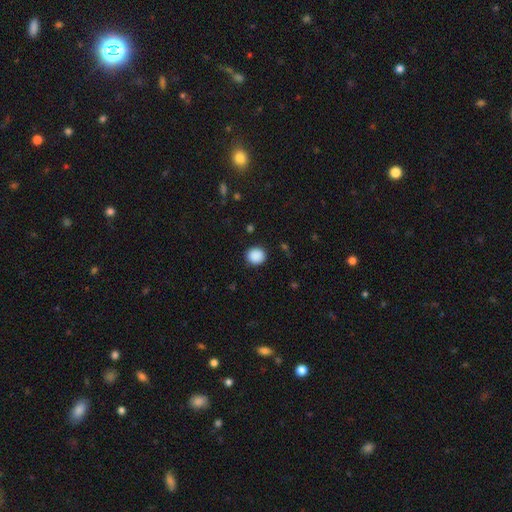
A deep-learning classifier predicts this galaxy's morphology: This is clearly a smooth galaxy (89%). How rounded: clearly round (87%). Merging: clearly none (90%).